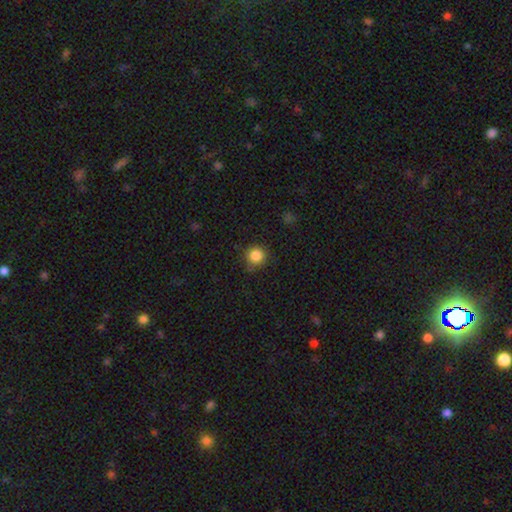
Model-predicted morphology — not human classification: Smooth or featured? Predicted: smooth (p=0.86). How rounded? Predicted: round (p=0.93). Merging? Predicted: none (p=0.85).